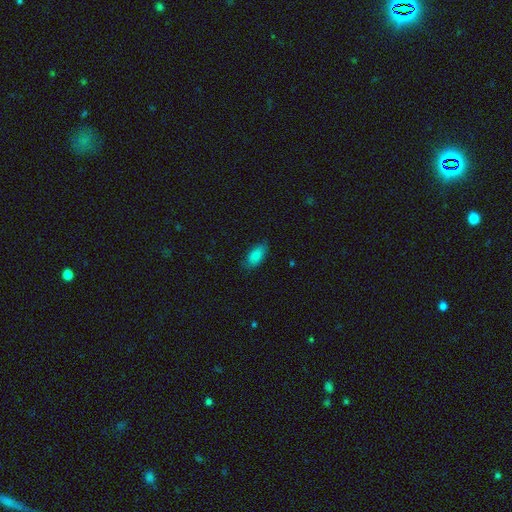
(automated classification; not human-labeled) smooth_or_featured: smooth (p=0.86) [alt: star or artifact p=0.07]
how_rounded: in between (p=0.88) [alt: cigar-shaped p=0.10]
merging: none (p=0.81) [alt: minor disturbance p=0.15]